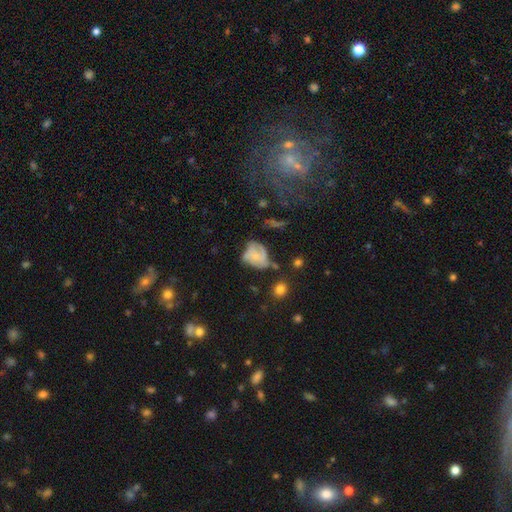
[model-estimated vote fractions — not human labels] Overall: featured or disk (50%; smooth 39%). Edge-on disk: no (97%). Merging: none (36%; minor disturbance 30%).